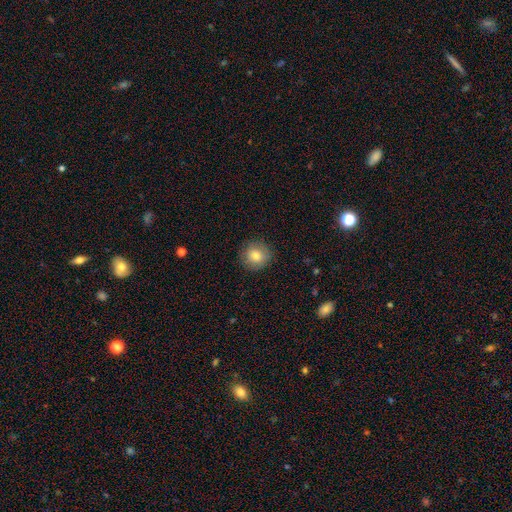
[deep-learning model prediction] Smooth or featured? smooth (79%)
How rounded? round (91%)
Merging? none (88%)